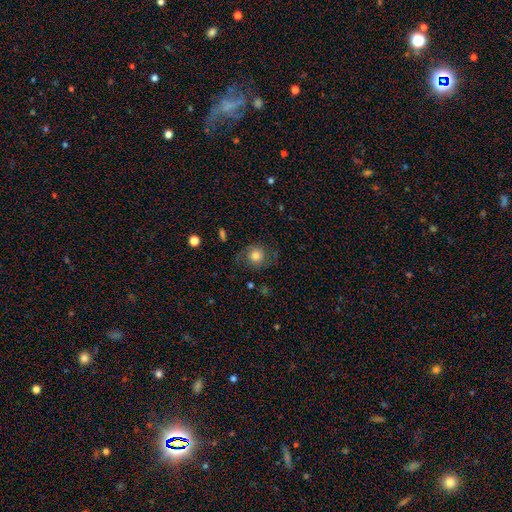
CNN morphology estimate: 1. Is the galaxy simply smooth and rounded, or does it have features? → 53% smooth, 36% featured or disk, 11% star or artifact.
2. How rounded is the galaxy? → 86% round, 13% in between, 1% cigar-shaped.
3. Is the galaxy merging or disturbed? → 71% none, 17% minor disturbance, 10% major disturbance, 2% merger.